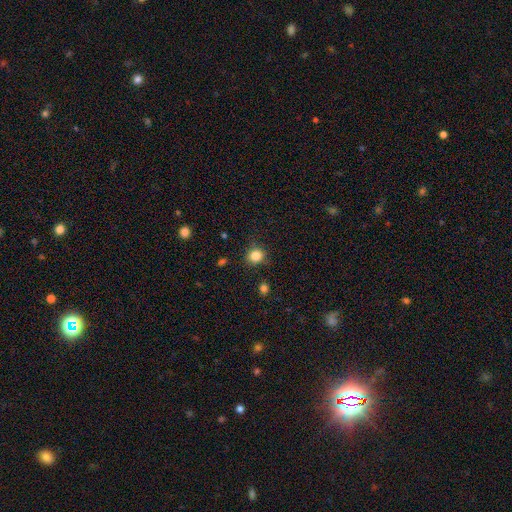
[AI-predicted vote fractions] smooth 83%, star or artifact 12%, featured or disk 5%. Down the decision tree: how rounded — round (83%); merging — none (84%).